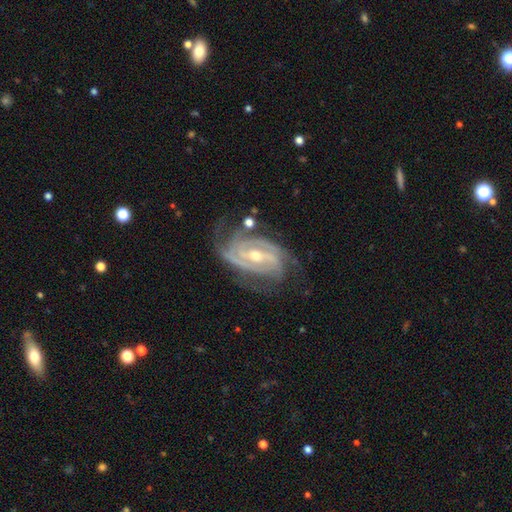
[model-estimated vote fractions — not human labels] This appears to be a featured or disk galaxy (91%) with a weak bar (40%), 2 (32%, tied with 3) tight (62%) spiral arms (98%) and a moderate central bulge (51%). Merging: none (67%).